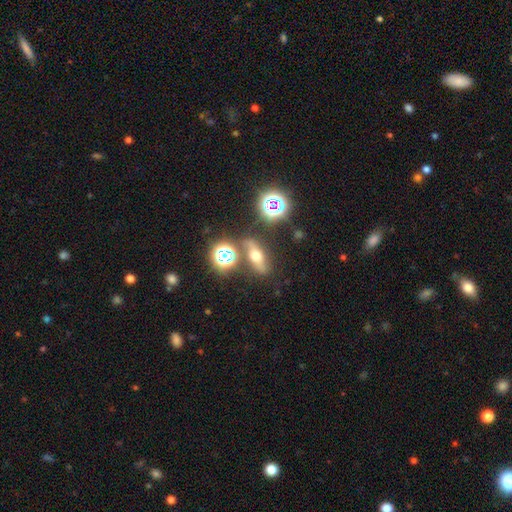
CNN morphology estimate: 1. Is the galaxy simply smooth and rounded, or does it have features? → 41% smooth, 34% featured or disk, 25% star or artifact.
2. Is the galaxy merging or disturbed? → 73% none, 12% minor disturbance, 10% merger, 5% major disturbance.